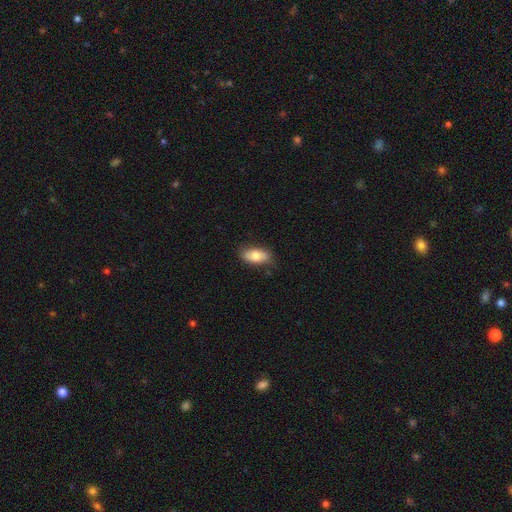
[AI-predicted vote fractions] This appears to be a smooth galaxy with no disk features (77%) that is in between round and cigar-shaped (90%). Merging: none (79%).